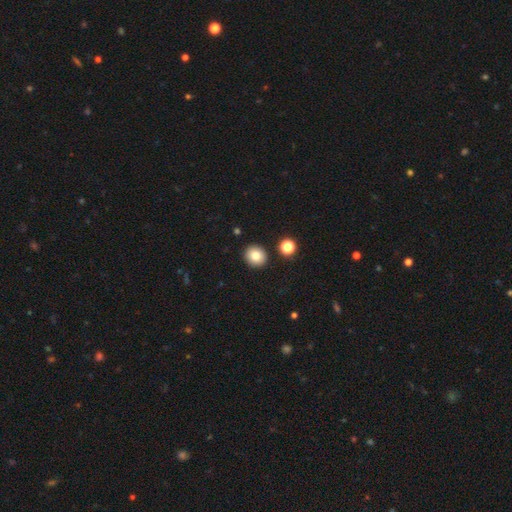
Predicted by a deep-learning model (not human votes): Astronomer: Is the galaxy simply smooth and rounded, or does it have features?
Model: smooth — 82%.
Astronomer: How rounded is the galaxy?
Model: round — 85%.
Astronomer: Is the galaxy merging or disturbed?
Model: none — 90%.